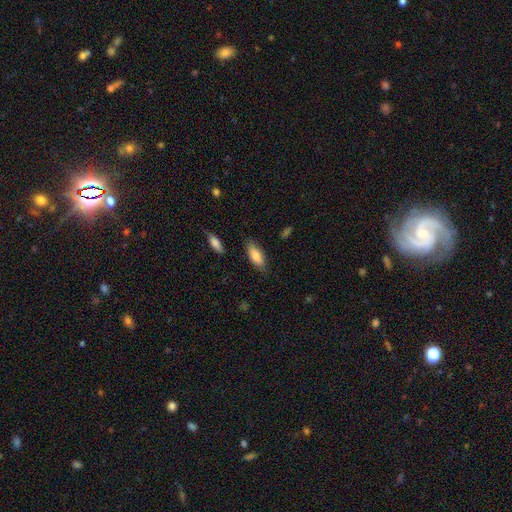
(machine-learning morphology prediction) This appears to be a smooth galaxy with no disk features (79%) that is in between round and cigar-shaped (74%). Merging: none (82%).